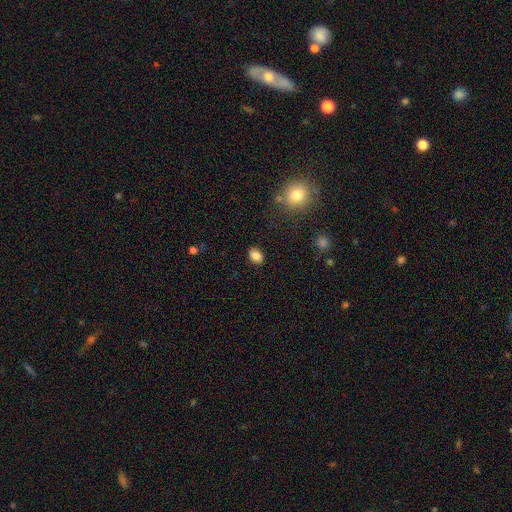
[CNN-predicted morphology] The model was most divided on "how rounded": in between: 75%, round: 23%, cigar-shaped: 1%. More confident: merging — none (86%); smooth or featured — smooth (85%).